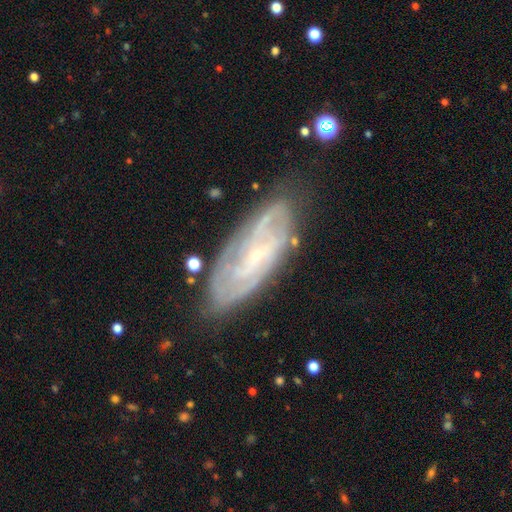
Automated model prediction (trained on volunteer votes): Smooth or featured: featured or disk — 80% (smooth — 13%)
Edge-on disk: no — 90% (yes — 10%)
Bar: no — 49% (weak — 38%)
Spiral arms: yes — 92% (no — 8%)
Spiral winding: tight — 61% (medium — 31%)
Spiral arm count: can't tell — 41% (2 — 25%)
Bulge size: small — 78% (moderate — 13%)
Merging: none — 76% (minor disturbance — 17%)